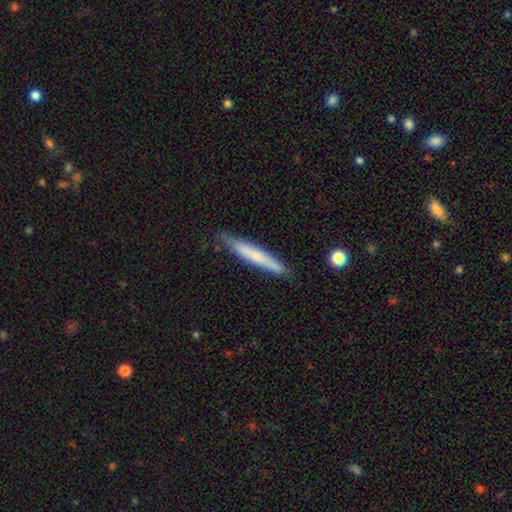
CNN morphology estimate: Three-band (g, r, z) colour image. It shows a smooth galaxy with no disk features (61%) that is cigar-shaped (95%). Merging: none (84%).